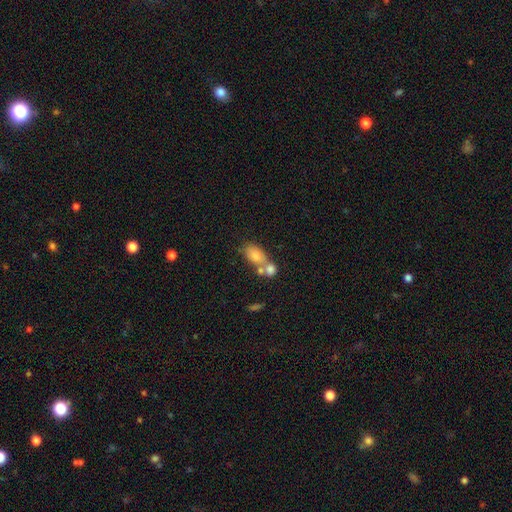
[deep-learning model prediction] Overall: smooth (74%). How rounded: in between (81%). Merging: merger (48%; none 36%).